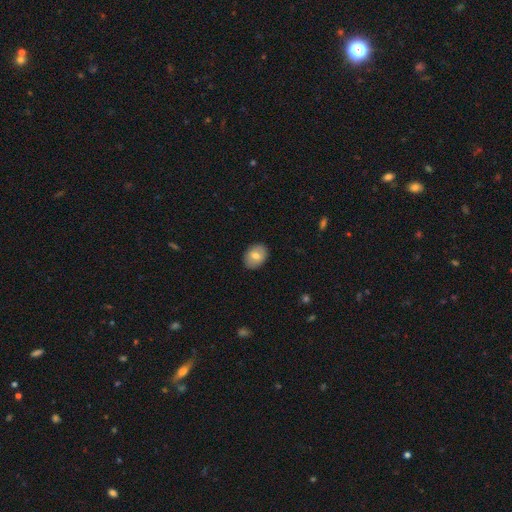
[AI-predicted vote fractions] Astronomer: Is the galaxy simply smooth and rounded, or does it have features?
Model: smooth — 73%.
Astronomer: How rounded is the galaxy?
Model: in between — 68%.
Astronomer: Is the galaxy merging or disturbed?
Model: none — 88%.